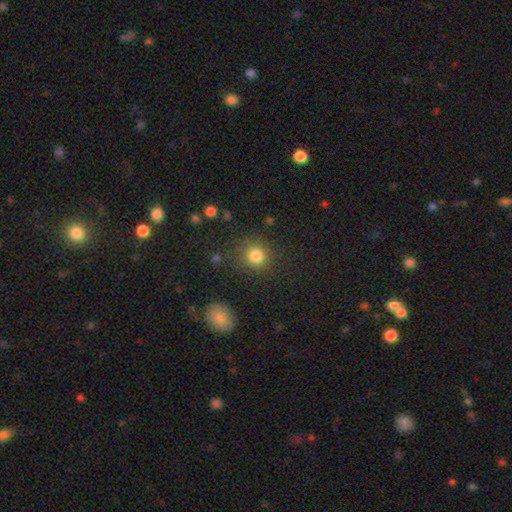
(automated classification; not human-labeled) The model was most divided on "smooth or featured": smooth: 83%, star or artifact: 12%, featured or disk: 5%. More confident: how rounded — round (87%); merging — none (83%).